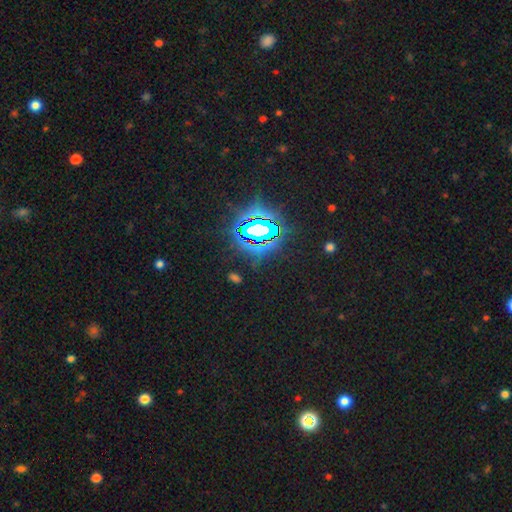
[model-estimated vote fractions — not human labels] smooth_or_featured: star or artifact (p=0.84) [alt: smooth p=0.09]